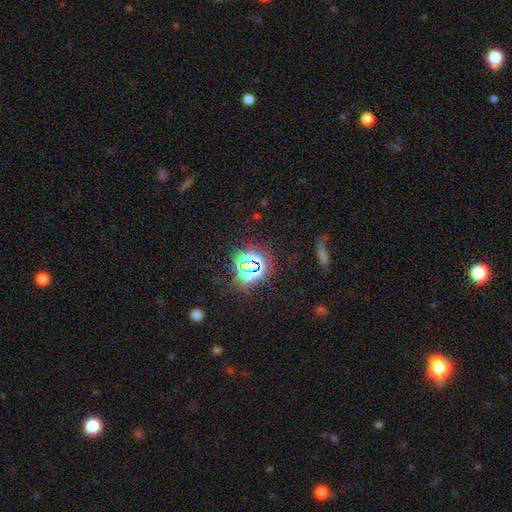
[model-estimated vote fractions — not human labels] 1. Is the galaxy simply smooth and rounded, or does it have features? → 68% star or artifact, 24% smooth, 7% featured or disk.